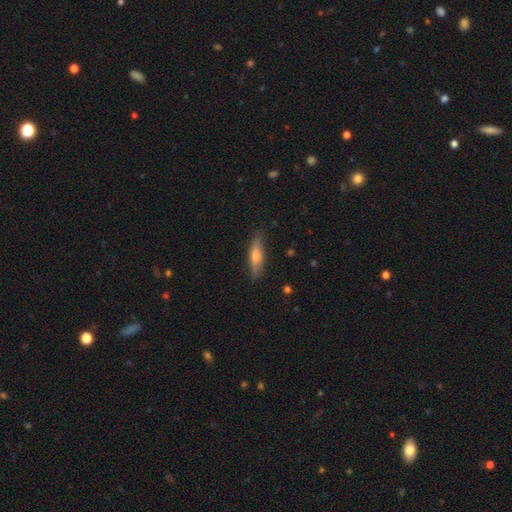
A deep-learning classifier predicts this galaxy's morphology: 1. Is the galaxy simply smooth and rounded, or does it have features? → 50% smooth, 43% featured or disk, 7% star or artifact.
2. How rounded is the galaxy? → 74% cigar-shaped, 24% in between, 2% round.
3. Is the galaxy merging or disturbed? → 85% none, 12% minor disturbance, 2% major disturbance, 1% merger.